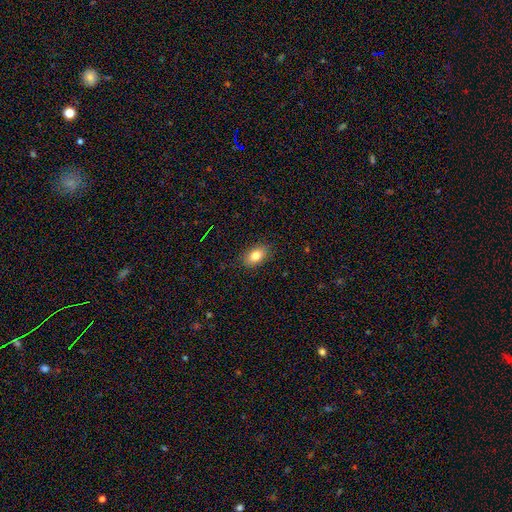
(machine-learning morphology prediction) smooth_or_featured: smooth (p=0.82) [alt: featured or disk p=0.10]
how_rounded: in between (p=0.87) [alt: round p=0.10]
merging: none (p=0.86) [alt: minor disturbance p=0.11]